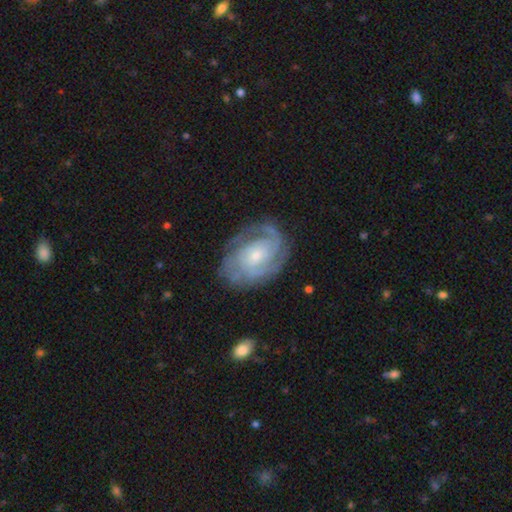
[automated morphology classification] type=featured or disk (85%); edge-on=no (97%); bar=no (67%); spiral arms=yes (95%); winding=tight (65%); arm count=2 (32%); bulge=small (61%); merging=none (73%).